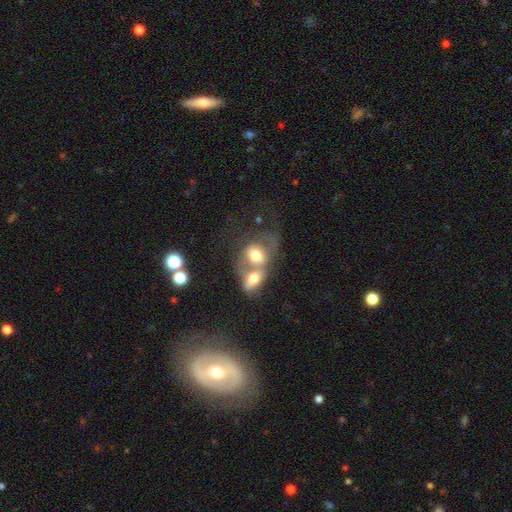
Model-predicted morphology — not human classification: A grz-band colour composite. It shows a smooth galaxy with no disk features (58%) that is in between round and cigar-shaped (57%). Merging: merger (75%).